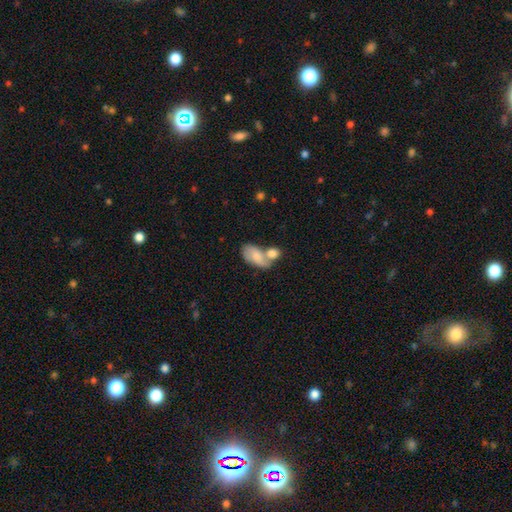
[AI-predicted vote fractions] This is likely a smooth galaxy (67%). How rounded: clearly in between (91%). Merging: possibly merger (56%).